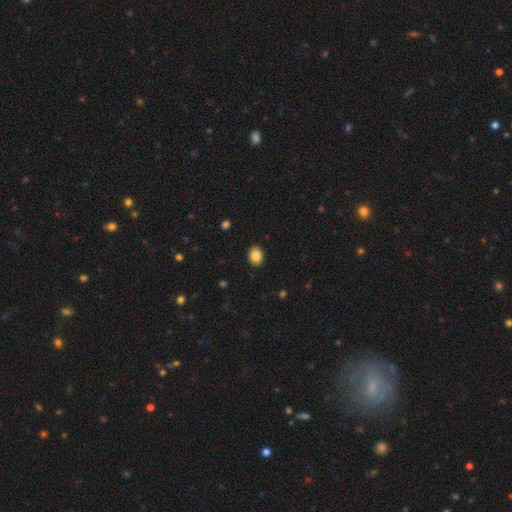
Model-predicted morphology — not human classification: Smooth or featured? Predicted: smooth (p=0.86). How rounded? Predicted: in between (p=0.50, tied with round). Merging? Predicted: none (p=0.90).